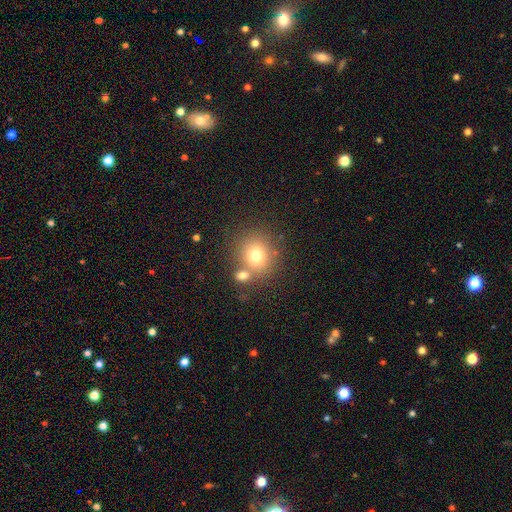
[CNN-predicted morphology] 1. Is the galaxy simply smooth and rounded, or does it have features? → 74% smooth, 13% star or artifact, 13% featured or disk.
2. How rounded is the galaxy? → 80% round, 19% in between, 1% cigar-shaped.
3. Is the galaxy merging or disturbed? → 63% none, 23% merger, 10% minor disturbance, 4% major disturbance.